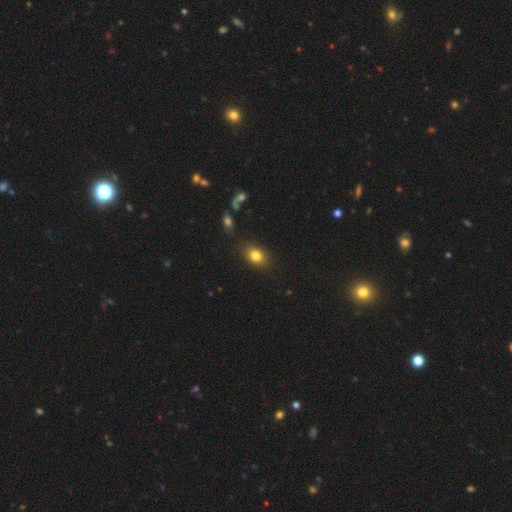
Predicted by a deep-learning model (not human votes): A smooth galaxy with no disk features (80%) that is in between round and cigar-shaped (67%). Merging: none (83%).